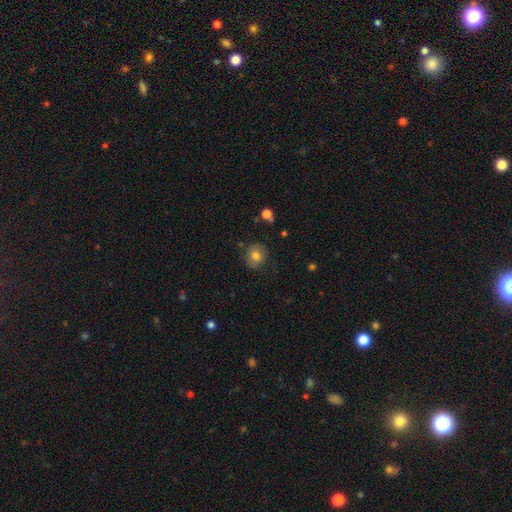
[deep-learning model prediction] A smooth galaxy with no disk features (77%) that is round (82%).

Vote fractions:
- Smooth or featured? smooth: 77% / featured or disk: 13% / star or artifact: 10%
- How rounded? round: 82% / in between: 17% / cigar-shaped: 1%
- Merging? none: 83% / minor disturbance: 12% / major disturbance: 3% / merger: 2%